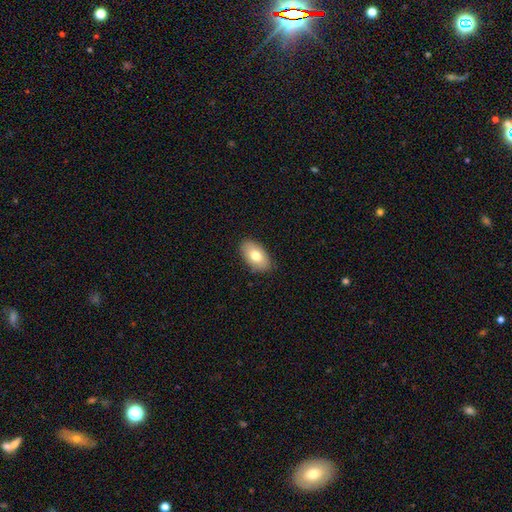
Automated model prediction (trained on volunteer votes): Overall: smooth (75%). How rounded: in between (94%). Merging: none (86%).